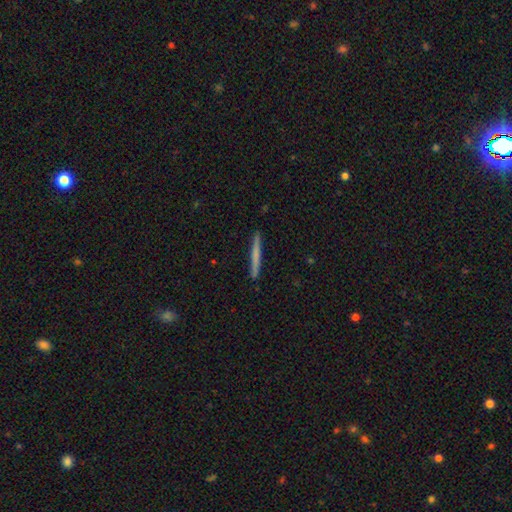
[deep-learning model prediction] smooth_or_featured: smooth (p=0.59) [alt: featured or disk p=0.36]
how_rounded: cigar-shaped (p=0.97) [alt: in between p=0.02]
merging: none (p=0.90) [alt: minor disturbance p=0.07]